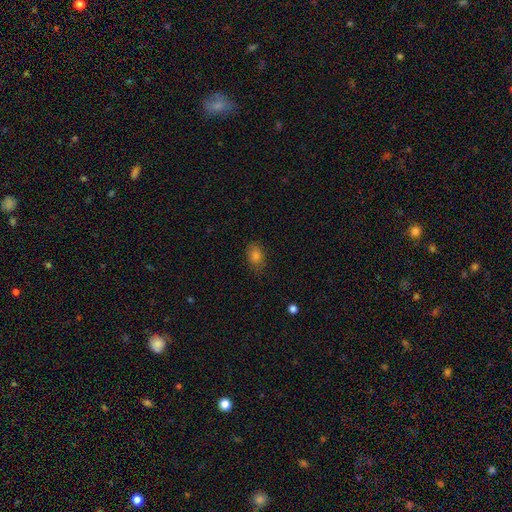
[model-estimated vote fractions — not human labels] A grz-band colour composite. It shows a smooth galaxy with no disk features (76%) that is in between round and cigar-shaped (77%). Merging: none (78%).